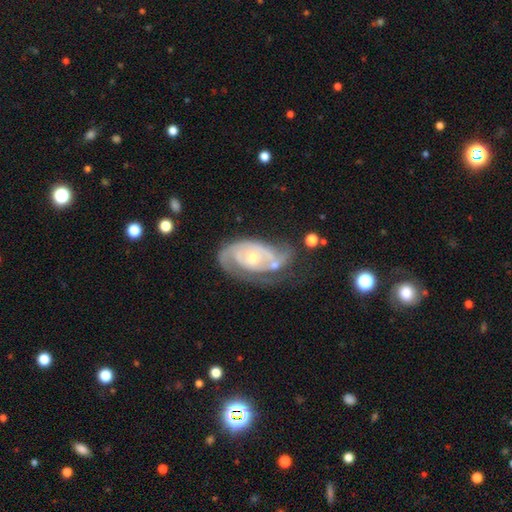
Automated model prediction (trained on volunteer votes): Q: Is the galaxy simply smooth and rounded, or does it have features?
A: featured or disk — 85%.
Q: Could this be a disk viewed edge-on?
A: no — 96%.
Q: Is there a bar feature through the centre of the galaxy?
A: no — 65%.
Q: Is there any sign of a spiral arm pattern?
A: yes — 93%.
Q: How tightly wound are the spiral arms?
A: tight — 62%.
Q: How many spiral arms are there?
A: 2 — 53%.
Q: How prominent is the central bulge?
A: small — 52%.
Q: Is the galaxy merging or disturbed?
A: none — 54%.